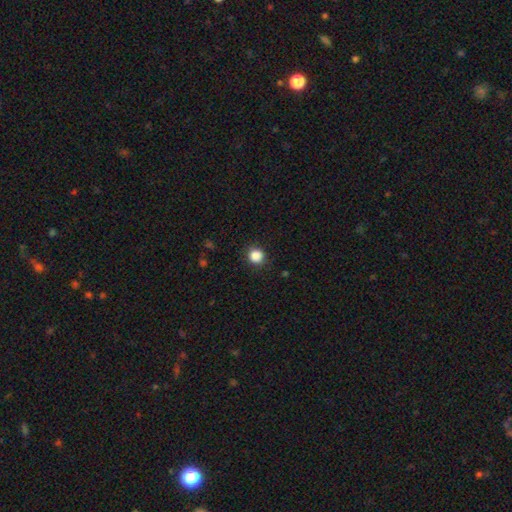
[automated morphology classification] This appears to be a smooth galaxy with no disk features (86%) that is round (90%). Merging: none (89%).